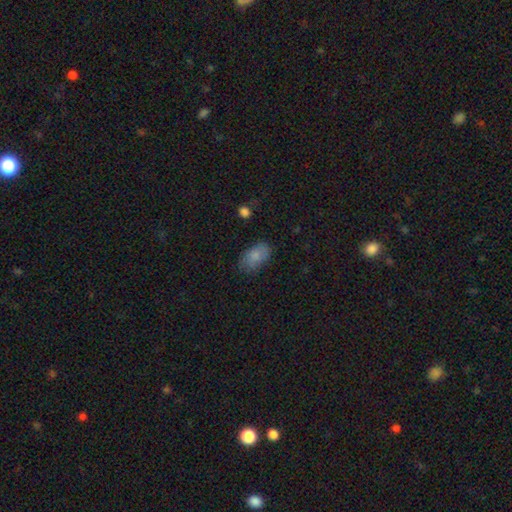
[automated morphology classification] A smooth galaxy with no disk features (83%) that is in between round and cigar-shaped (93%). Merging: none (72%).